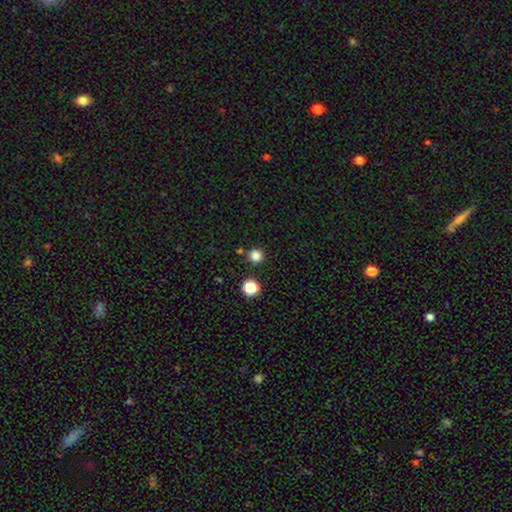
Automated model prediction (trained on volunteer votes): Smooth or featured?
  - smooth: 83% *
  - star or artifact: 13%
  - featured or disk: 3%
How rounded?
  - round: 94% *
  - in between: 5%
  - cigar-shaped: 1%
Merging?
  - none: 88% *
  - minor disturbance: 6%
  - merger: 4%
  - major disturbance: 2%